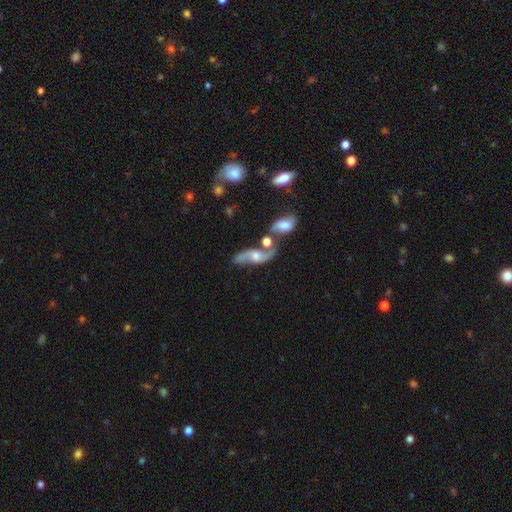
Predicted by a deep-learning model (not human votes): Morphology: type=featured or disk (77%); edge-on=no (89%); bar=no (60%); spiral arms=yes (92%); winding=loose (69%); arm count=2 (91%); bulge=moderate (60%); merging=none (48%).